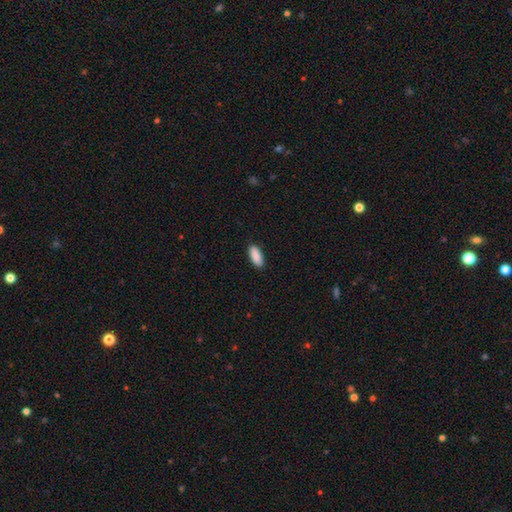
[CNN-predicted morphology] A smooth galaxy with no disk features (91%) that is in between round and cigar-shaped (80%). Merging: none (90%).